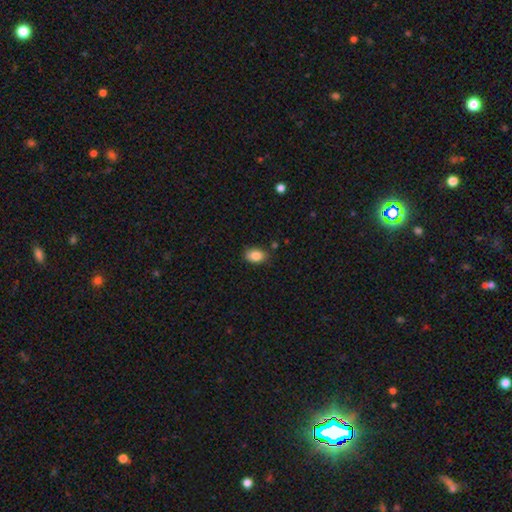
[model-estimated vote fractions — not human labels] Overall: smooth (87%). How rounded: in between (87%). Merging: none (83%).